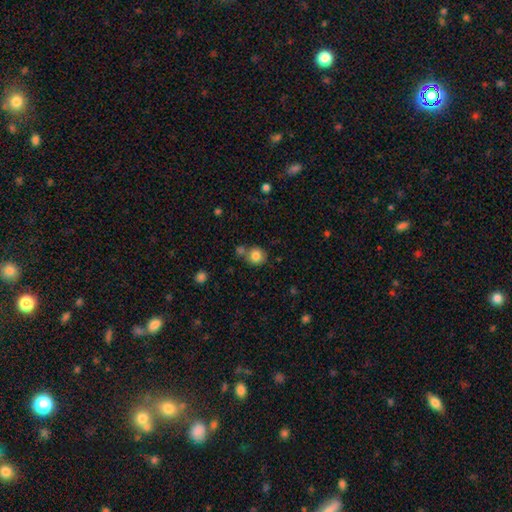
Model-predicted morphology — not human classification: smooth_or_featured: smooth (p=0.82) [alt: star or artifact p=0.10]
how_rounded: round (p=0.85) [alt: in between p=0.14]
merging: none (p=0.64) [alt: merger p=0.20]